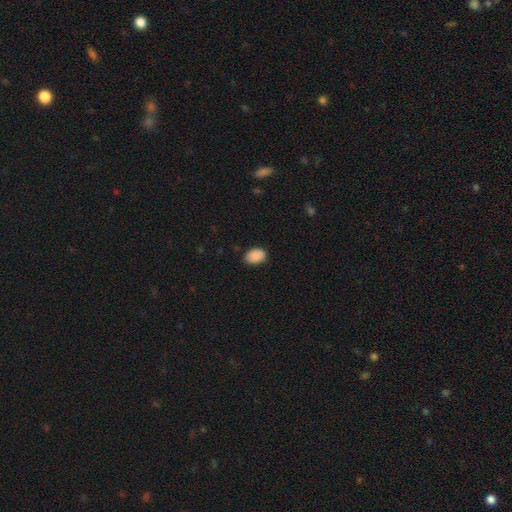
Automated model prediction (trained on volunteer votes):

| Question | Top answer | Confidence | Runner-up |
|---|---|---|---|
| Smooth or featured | smooth | 89% | star or artifact (7%) |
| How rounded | in between | 80% | round (19%) |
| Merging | none | 83% | minor disturbance (13%) |